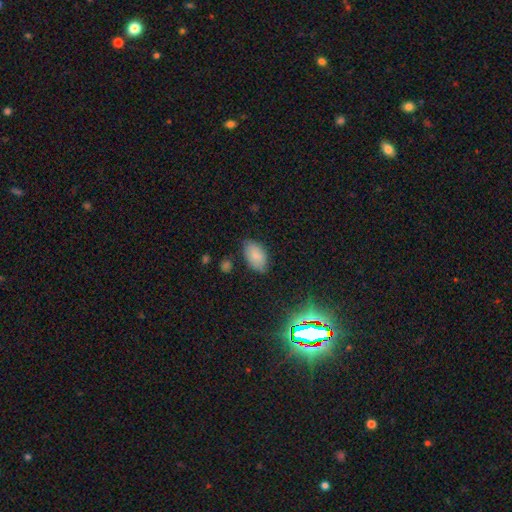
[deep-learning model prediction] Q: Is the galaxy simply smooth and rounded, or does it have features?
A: smooth — 83%.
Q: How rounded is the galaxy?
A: in between — 93%.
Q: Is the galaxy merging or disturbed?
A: none — 76%.